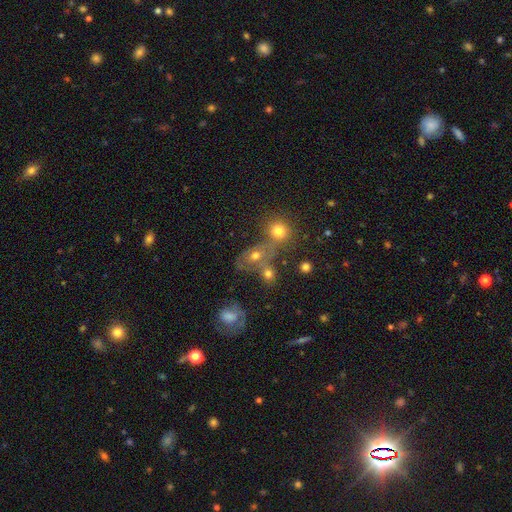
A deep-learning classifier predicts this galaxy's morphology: A smooth galaxy with no disk features (61%) that is in between round and cigar-shaped (55%).

Vote fractions:
- Smooth or featured? smooth: 61% / featured or disk: 20% / star or artifact: 18%
- How rounded? in between: 55% / round: 43% / cigar-shaped: 3%
- Merging? merger: 41% / none: 37% / minor disturbance: 13% / major disturbance: 9%